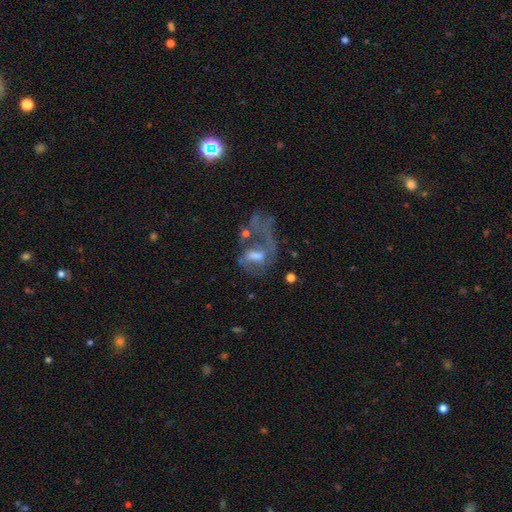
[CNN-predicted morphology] The model was most divided on "bar": no: 45%, weak: 39%, strong: 16%. Remaining: edge-on disk — no (96%); smooth or featured — featured or disk (64%); spiral arms — yes (53%); merging — major disturbance (48%); bulge size — moderate (42%).